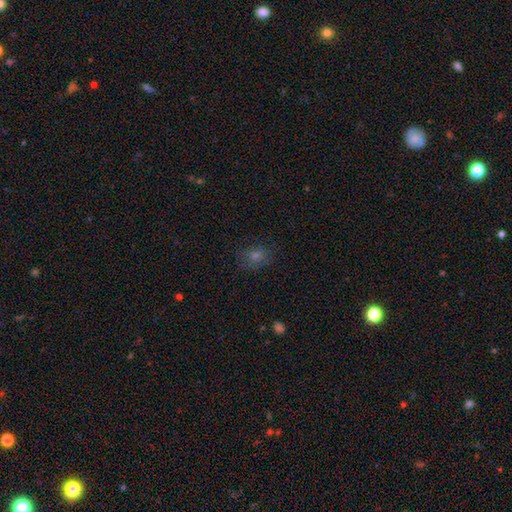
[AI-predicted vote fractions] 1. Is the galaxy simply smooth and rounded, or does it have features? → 61% smooth, 26% star or artifact, 13% featured or disk.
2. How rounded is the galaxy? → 55% round, 44% in between, 1% cigar-shaped.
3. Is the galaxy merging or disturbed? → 81% none, 14% minor disturbance, 4% major disturbance, 1% merger.